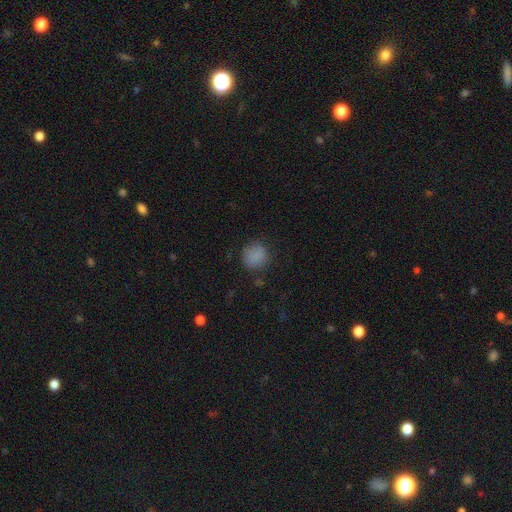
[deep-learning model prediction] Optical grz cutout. It shows a smooth galaxy with no disk features (82%) that is round (85%). Merging: none (78%).